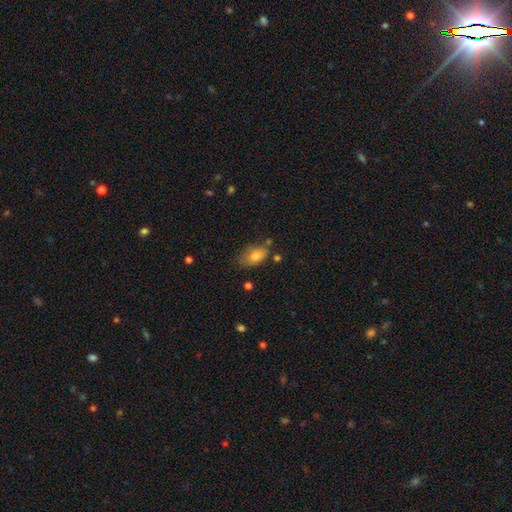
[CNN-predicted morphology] The model was most divided on "merging": none: 59%, minor disturbance: 28%, major disturbance: 7%, merger: 6%. More confident: how rounded — in between (90%); smooth or featured — smooth (78%).